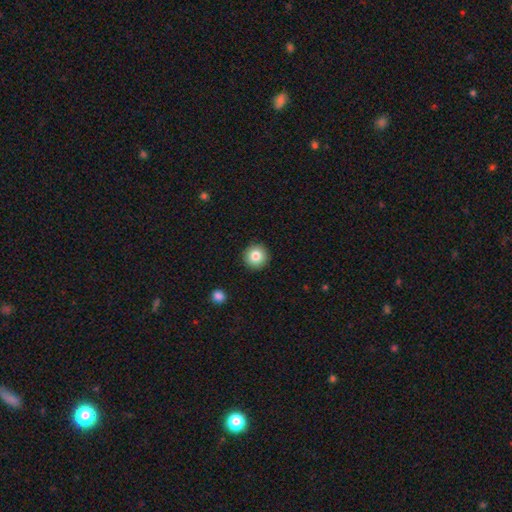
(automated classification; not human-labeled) Smooth or featured: smooth — 82% (star or artifact — 9%)
How rounded: round — 95% (in between — 4%)
Merging: none — 92% (minor disturbance — 5%)